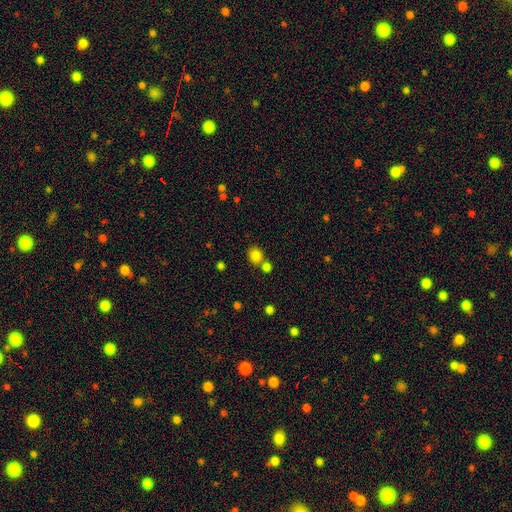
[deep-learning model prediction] This appears to be a smooth galaxy with no disk features (82%) that is round (73%). Merging: none (63%).